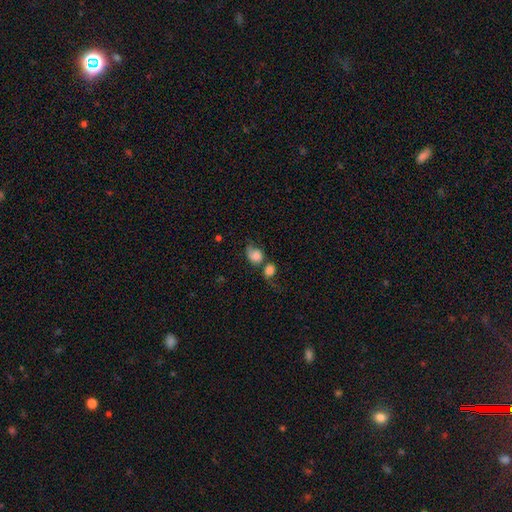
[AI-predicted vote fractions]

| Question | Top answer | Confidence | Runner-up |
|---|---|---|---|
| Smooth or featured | smooth | 74% | featured or disk (17%) |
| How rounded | round | 64% | in between (35%) |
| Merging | merger | 49% | none (21%) |